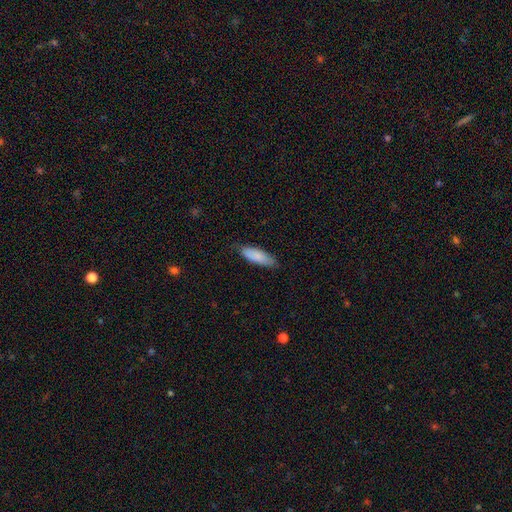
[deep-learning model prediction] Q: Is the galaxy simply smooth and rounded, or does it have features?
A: smooth — 85%.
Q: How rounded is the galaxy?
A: in between — 57%.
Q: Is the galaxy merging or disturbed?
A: none — 76%.